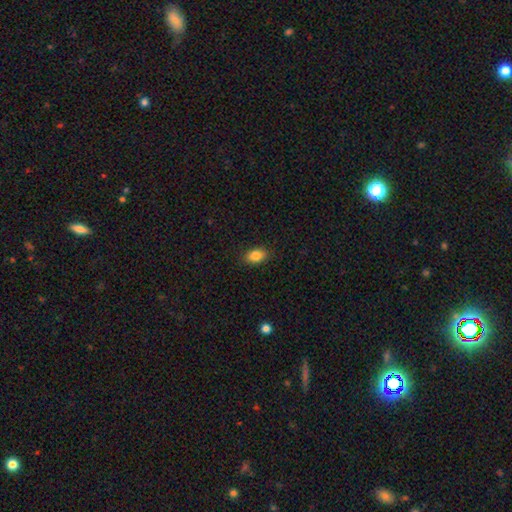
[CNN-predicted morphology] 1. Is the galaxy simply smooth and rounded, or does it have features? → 86% smooth, 9% star or artifact, 6% featured or disk.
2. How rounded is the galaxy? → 85% in between, 13% round, 2% cigar-shaped.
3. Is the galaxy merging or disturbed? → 88% none, 9% minor disturbance, 2% major disturbance, 1% merger.